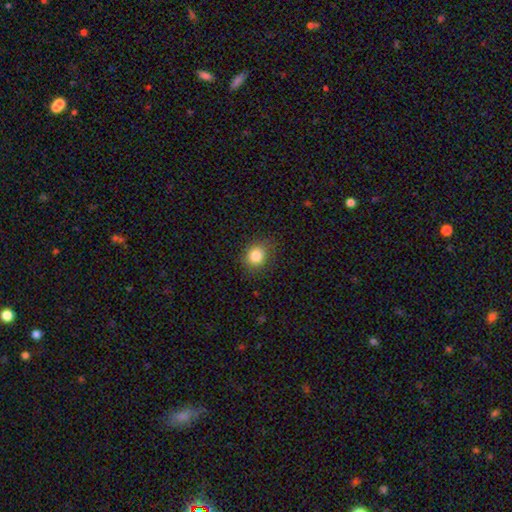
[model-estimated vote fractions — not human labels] A smooth galaxy with no disk features (84%) that is round (71%).

Vote fractions:
- Smooth or featured? smooth: 84% / star or artifact: 10% / featured or disk: 5%
- How rounded? round: 71% / in between: 28% / cigar-shaped: 1%
- Merging? none: 81% / minor disturbance: 13% / major disturbance: 4% / merger: 1%